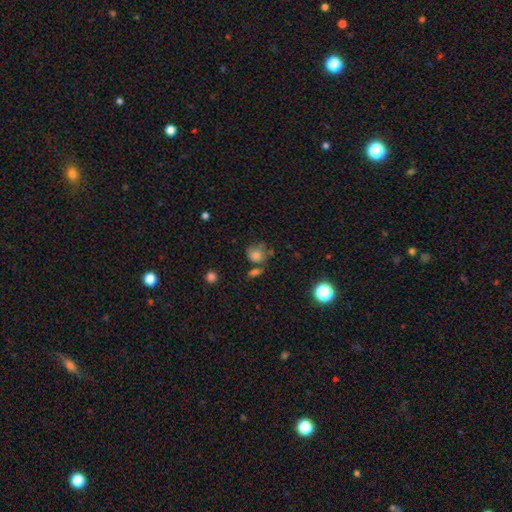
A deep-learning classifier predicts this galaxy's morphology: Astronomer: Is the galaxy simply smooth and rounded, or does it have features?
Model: smooth — 75%.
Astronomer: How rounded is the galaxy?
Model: round — 61% (runner-up: in between, 38%).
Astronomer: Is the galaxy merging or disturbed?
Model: none — 47% (runner-up: minor disturbance, 24%).